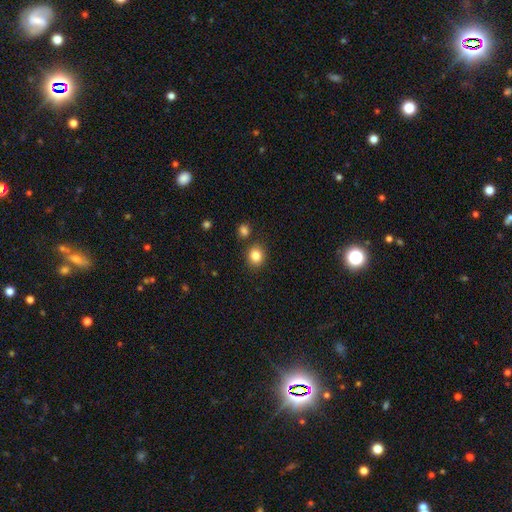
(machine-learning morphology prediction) smooth 84%, star or artifact 11%, featured or disk 5%. Down the decision tree: how rounded — round (72%); merging — none (83%).